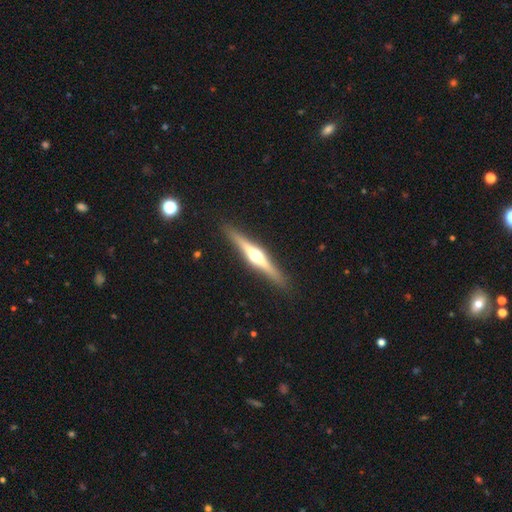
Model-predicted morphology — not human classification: The model was most divided on "smooth or featured": featured or disk: 79%, smooth: 16%, star or artifact: 5%. More confident: edge-on disk — yes (98%); edge-on bulge — rounded (95%); merging — none (91%).